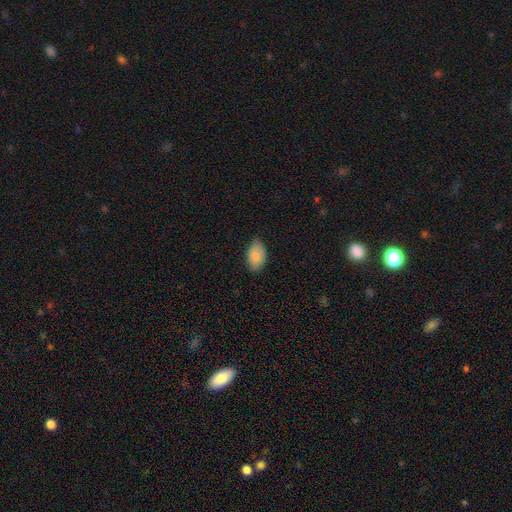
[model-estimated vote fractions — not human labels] Smooth or featured? smooth (79%)
How rounded? in between (92%)
Merging? none (78%)